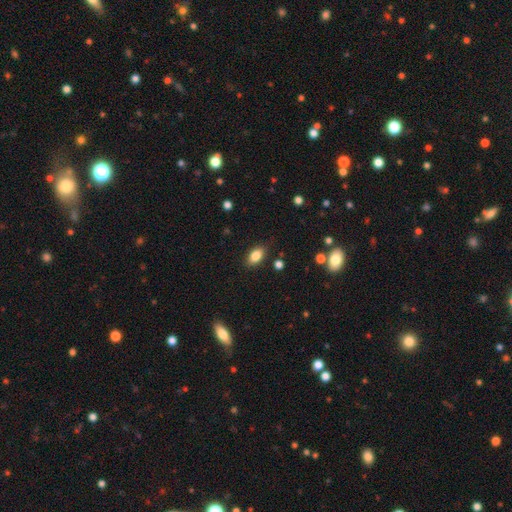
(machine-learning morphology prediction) A smooth galaxy with no disk features (83%) that is in between round and cigar-shaped (88%).

Vote fractions:
- Smooth or featured? smooth: 83% / star or artifact: 9% / featured or disk: 7%
- How rounded? in between: 88% / round: 9% / cigar-shaped: 3%
- Merging? none: 85% / minor disturbance: 11% / major disturbance: 3% / merger: 2%